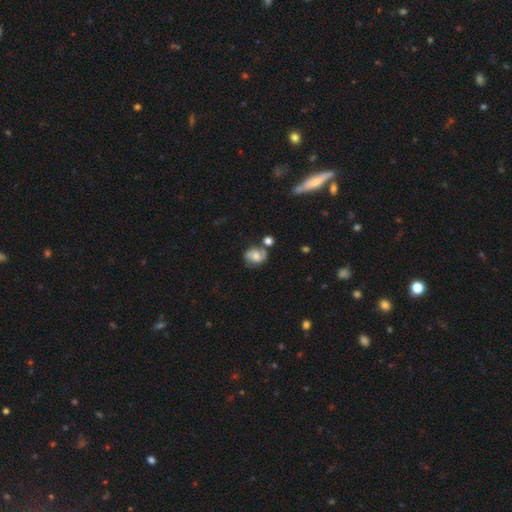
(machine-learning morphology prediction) This is possibly a featured or disk galaxy (56%). It is clearly not viewed edge-on (97%). Bar: possibly no (52%). Spiral arm pattern: clearly yes (88%). Central bulge: possibly moderate (50%). Merging: likely none (63%).